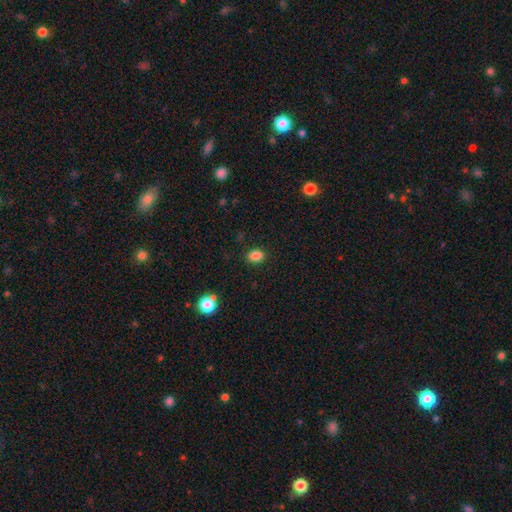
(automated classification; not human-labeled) Morphology: type=smooth (85%); roundness=in between (67%); merging=none (87%).